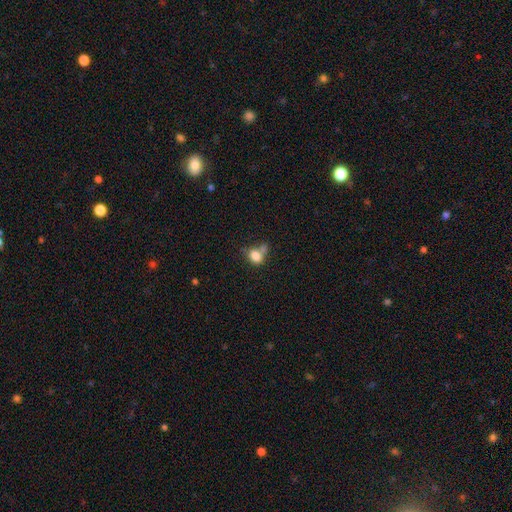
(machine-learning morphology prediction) A smooth galaxy with no disk features (79%) that is in between round and cigar-shaped (63%). Merging: merger (37%).